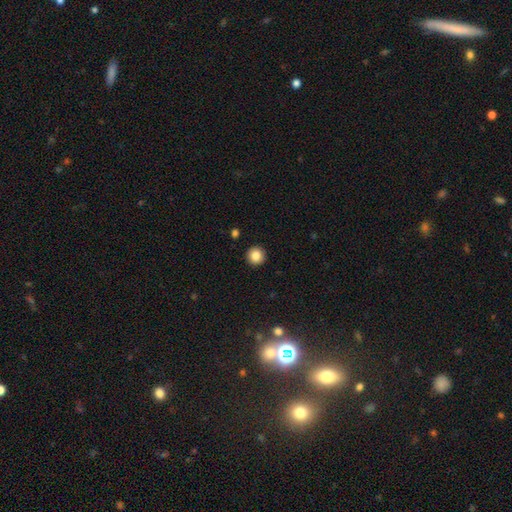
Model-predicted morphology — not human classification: This is clearly a smooth galaxy (85%). How rounded: clearly round (96%). Merging: clearly none (93%).